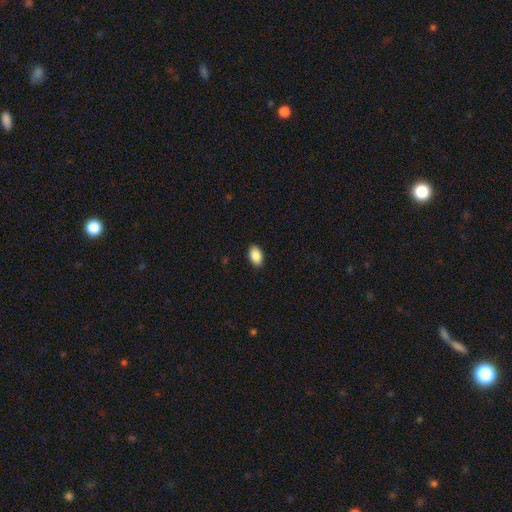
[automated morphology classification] smooth 90%, star or artifact 7%, featured or disk 3%. Down the decision tree: how rounded — in between (92%); merging — none (89%).